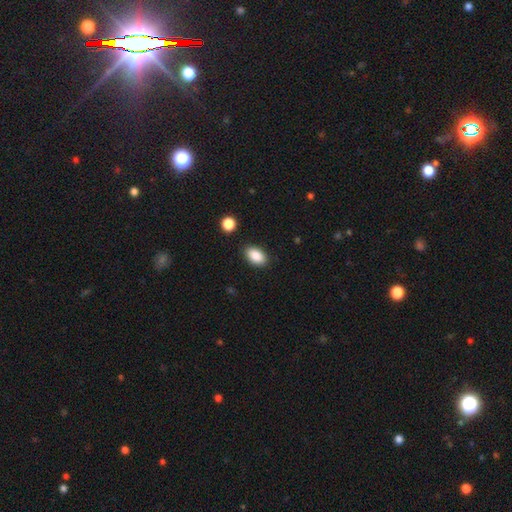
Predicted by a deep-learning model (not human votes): Overall: smooth (87%). How rounded: in between (91%). Merging: none (87%).